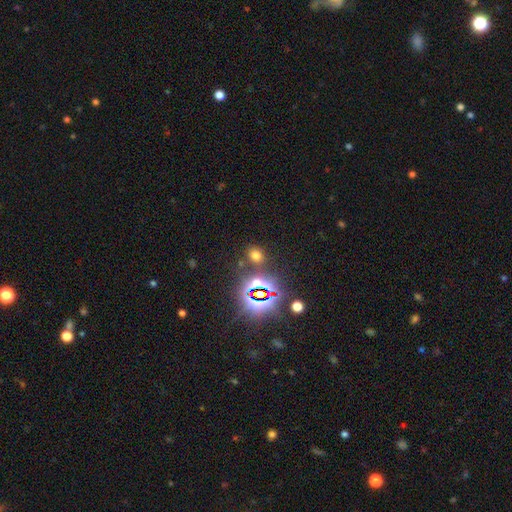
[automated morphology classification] smooth_or_featured: smooth (p=0.58) [alt: star or artifact p=0.35]
how_rounded: round (p=0.64) [alt: in between p=0.35]
merging: none (p=0.80) [alt: minor disturbance p=0.09]